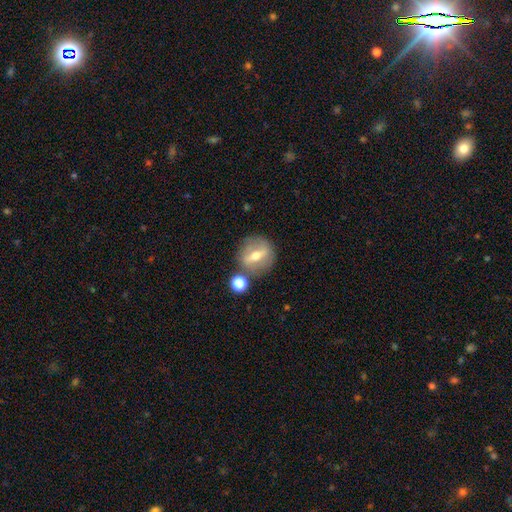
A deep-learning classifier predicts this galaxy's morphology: Smooth or featured? featured or disk (57%)
Edge-on disk? no (72%)
Merging? none (75%)